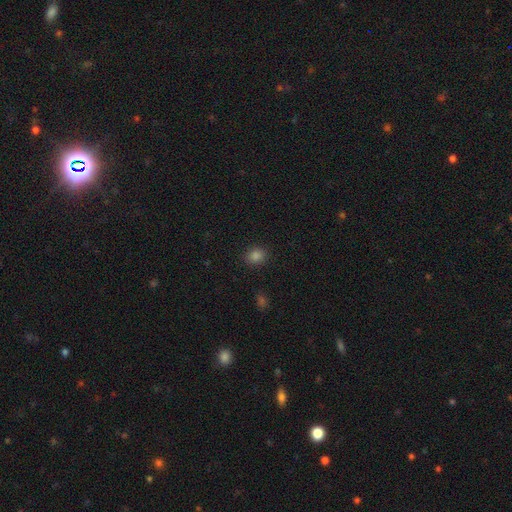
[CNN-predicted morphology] Smooth or featured: smooth — 82% (star or artifact — 14%)
How rounded: round — 64% (in between — 35%)
Merging: none — 90% (minor disturbance — 7%)